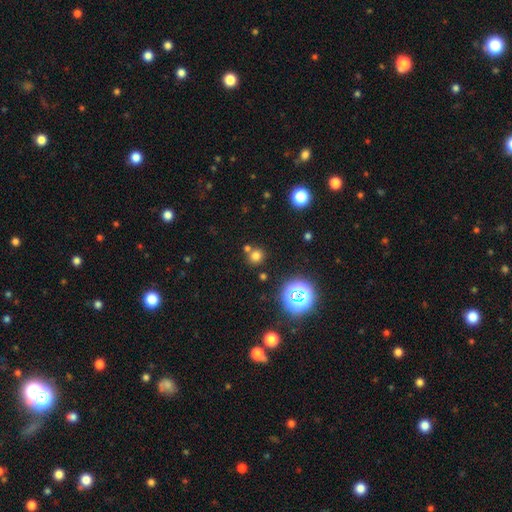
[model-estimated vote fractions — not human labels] smooth_or_featured: smooth (p=0.69) [alt: star or artifact p=0.24]
how_rounded: round (p=0.88) [alt: in between p=0.11]
merging: none (p=0.69) [alt: merger p=0.21]